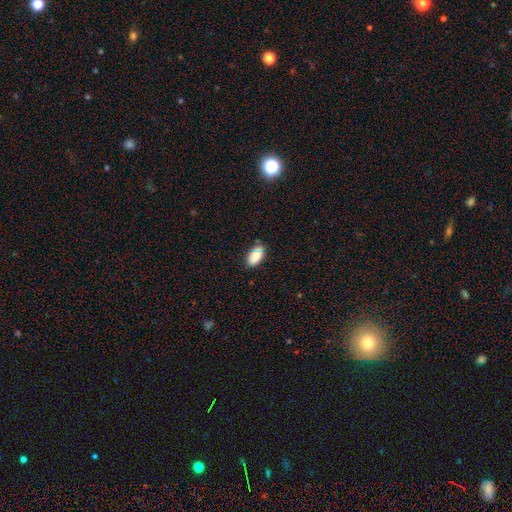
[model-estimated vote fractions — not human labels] smooth 82%, star or artifact 11%, featured or disk 7%. Down the decision tree: how rounded — in between (92%); merging — none (75%).